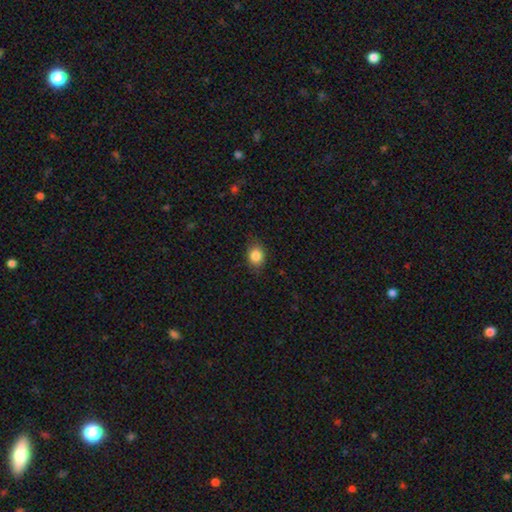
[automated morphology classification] This is clearly a smooth galaxy (85%). How rounded: possibly round (53%). Merging: clearly none (82%).